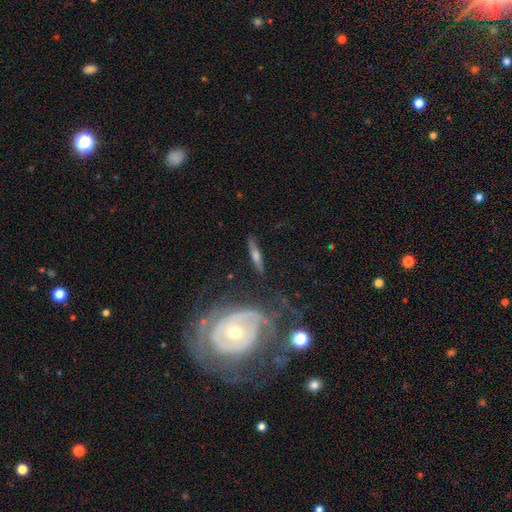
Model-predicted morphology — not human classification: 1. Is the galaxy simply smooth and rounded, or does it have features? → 68% featured or disk, 24% smooth, 8% star or artifact.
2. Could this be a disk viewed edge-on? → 57% yes, 43% no.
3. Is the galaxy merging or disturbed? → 69% none, 18% minor disturbance, 8% major disturbance, 6% merger.